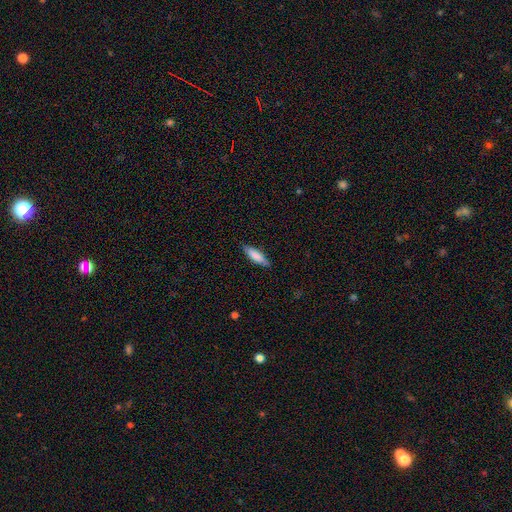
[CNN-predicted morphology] Smooth or featured? smooth (76%)
How rounded? cigar-shaped (66%)
Merging? none (85%)